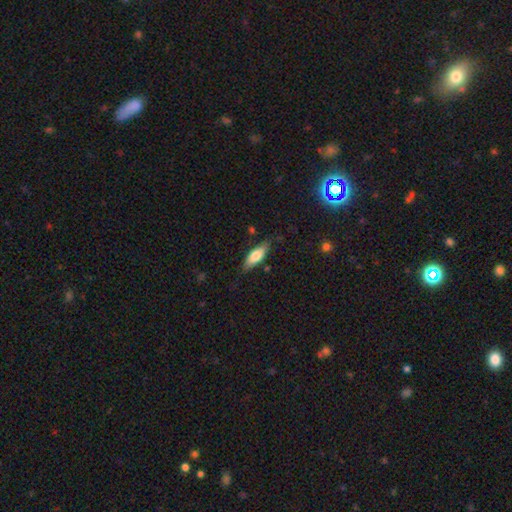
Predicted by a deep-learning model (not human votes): This is likely a smooth galaxy (72%). How rounded: likely in between (66%). Merging: likely none (76%).